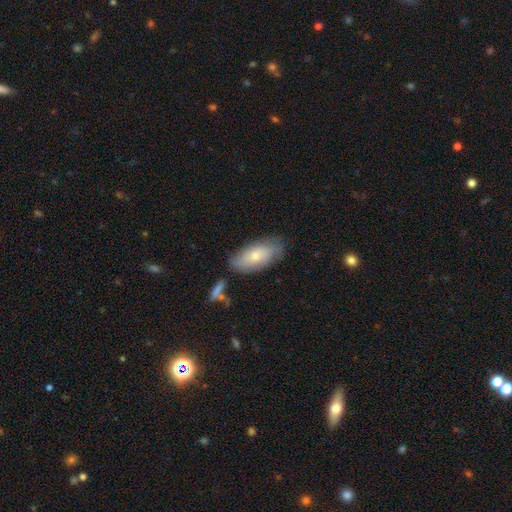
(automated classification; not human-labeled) A smooth galaxy with no disk features (64%) that is in between round and cigar-shaped (90%).

Vote fractions:
- Smooth or featured? smooth: 64% / featured or disk: 29% / star or artifact: 7%
- How rounded? in between: 90% / cigar-shaped: 7% / round: 3%
- Merging? none: 67% / minor disturbance: 23% / major disturbance: 6% / merger: 5%